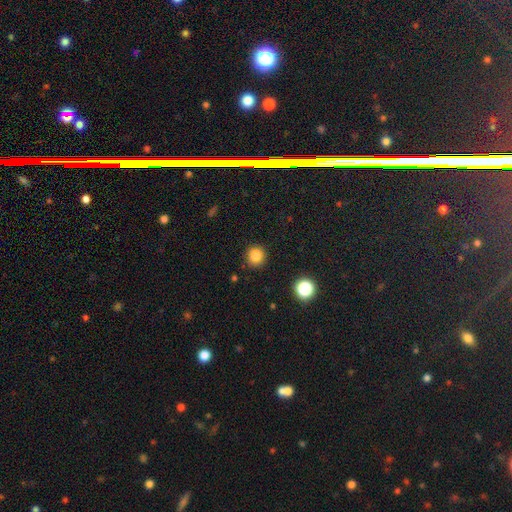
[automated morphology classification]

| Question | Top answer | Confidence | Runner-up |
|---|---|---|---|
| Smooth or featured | smooth | 84% | star or artifact (12%) |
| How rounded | round | 90% | in between (9%) |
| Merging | none | 88% | minor disturbance (8%) |